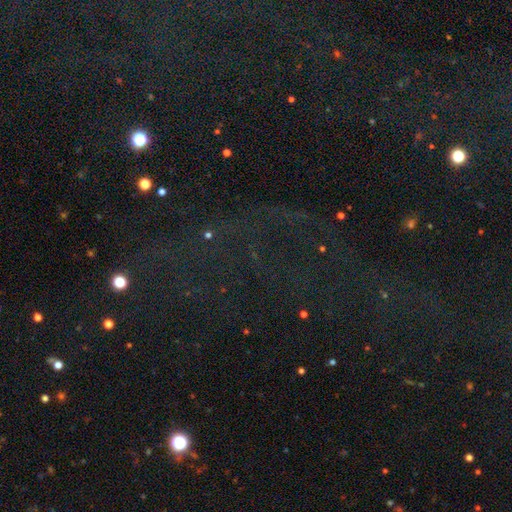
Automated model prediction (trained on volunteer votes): smooth_or_featured: star or artifact (p=0.74) [alt: smooth p=0.14]